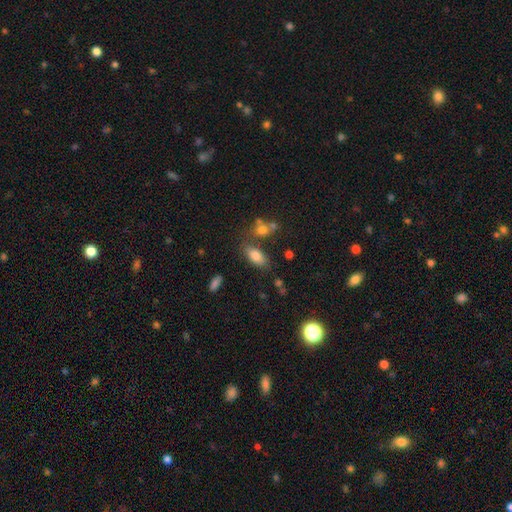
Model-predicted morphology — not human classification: smooth 80%, featured or disk 10%, star or artifact 9%. Down the decision tree: how rounded — in between (88%); merging — none (67%).